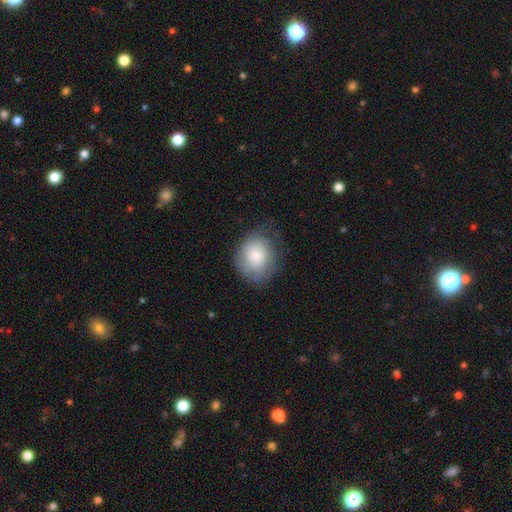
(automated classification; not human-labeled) Overall: smooth (71%). How rounded: round (51%; in between 48%). Merging: none (62%; minor disturbance 26%).